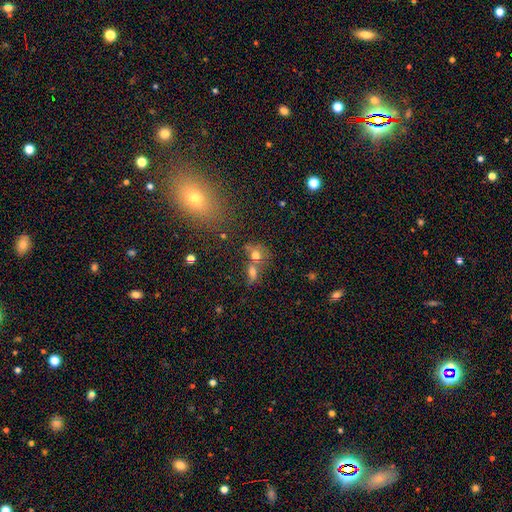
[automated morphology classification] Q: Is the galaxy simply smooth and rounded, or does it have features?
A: smooth — 70%.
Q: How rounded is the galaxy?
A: round — 60%.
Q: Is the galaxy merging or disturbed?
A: merger — 53%.